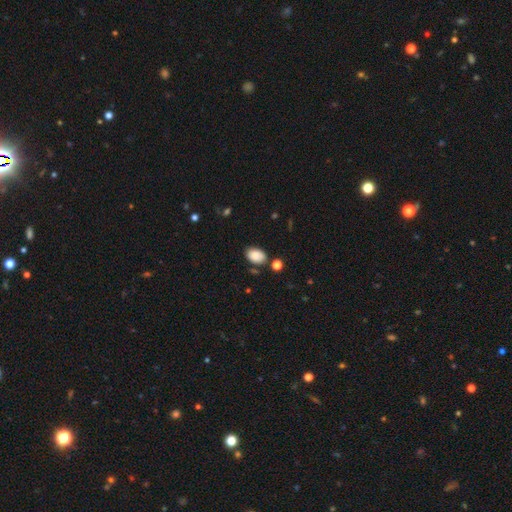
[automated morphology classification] type=smooth (87%); roundness=in between (88%); merging=none (77%).